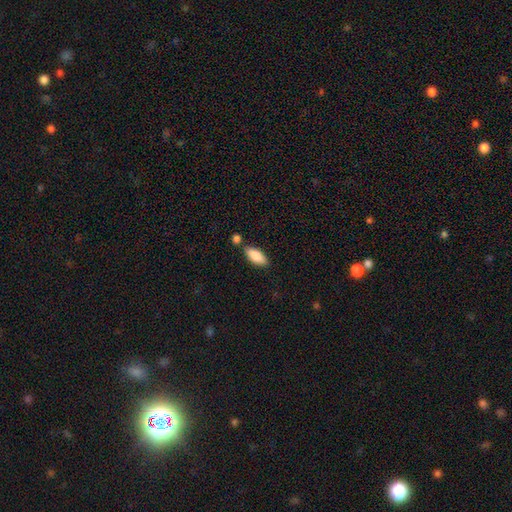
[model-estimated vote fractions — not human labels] smooth_or_featured: smooth (p=0.85) [alt: featured or disk p=0.09]
how_rounded: in between (p=0.84) [alt: cigar-shaped p=0.14]
merging: none (p=0.75) [alt: minor disturbance p=0.11]